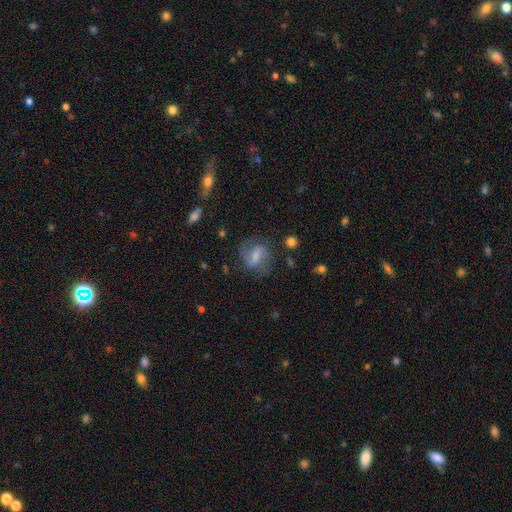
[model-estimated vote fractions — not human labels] This is possibly a featured or disk galaxy (55%). It is clearly not viewed edge-on (95%). Bar: marginally weak (44%). Spiral arm pattern: likely yes (80%). Central bulge: marginally small (41%). Merging: likely none (66%).